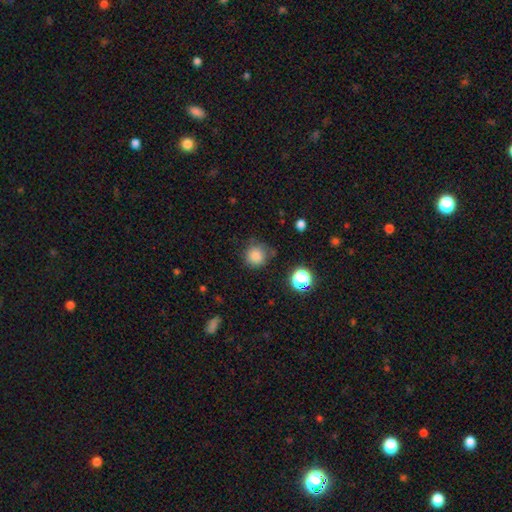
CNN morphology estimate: A smooth galaxy with no disk features (83%) that is round (93%). Merging: none (77%).